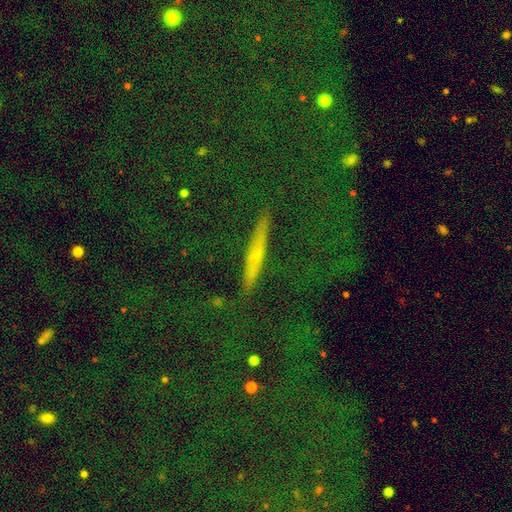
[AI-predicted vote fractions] Smooth or featured? Predicted: featured or disk (p=0.43). Merging? Predicted: none (p=0.87).